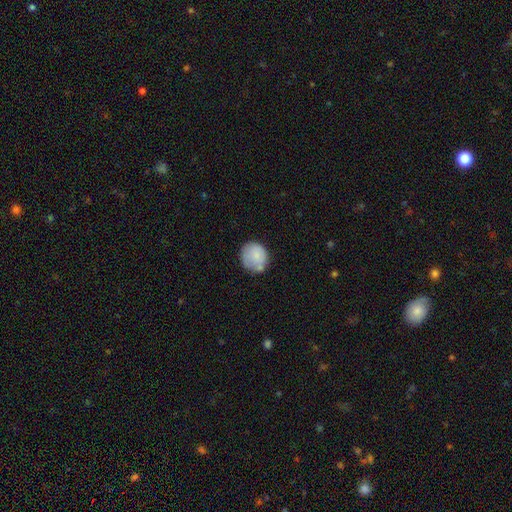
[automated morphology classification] This appears to be a smooth galaxy with no disk features (81%) that is round (83%). Merging: none (63%).